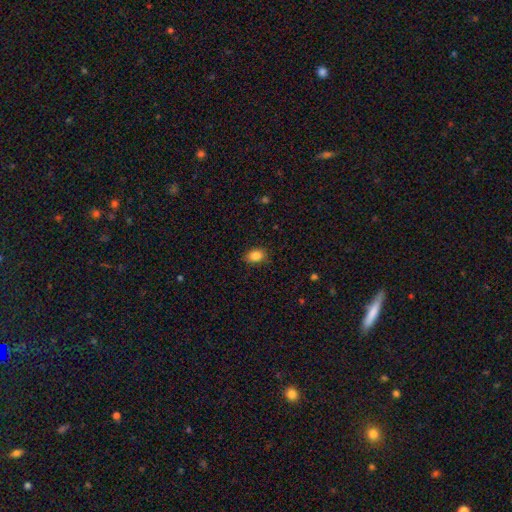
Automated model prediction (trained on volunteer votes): Morphology: type=smooth (86%); roundness=in between (72%); merging=none (84%).